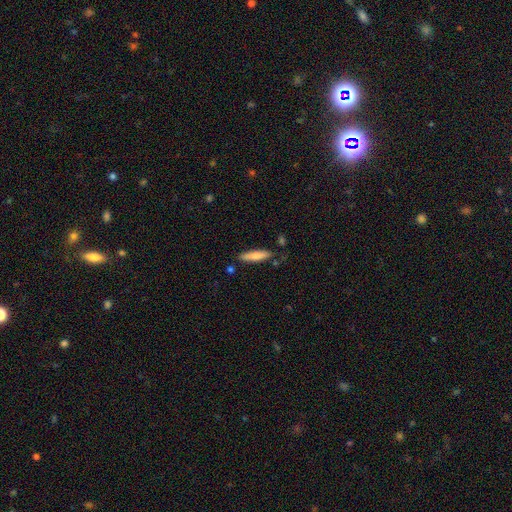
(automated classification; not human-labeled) Smooth or featured? Predicted: smooth (p=0.75). How rounded? Predicted: cigar-shaped (p=0.77). Merging? Predicted: none (p=0.80).